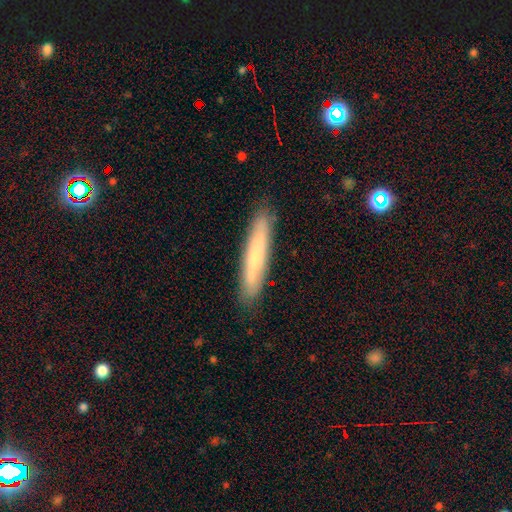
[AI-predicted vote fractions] Smooth or featured? Predicted: smooth (p=0.57). How rounded? Predicted: cigar-shaped (p=0.92). Merging? Predicted: none (p=0.87).